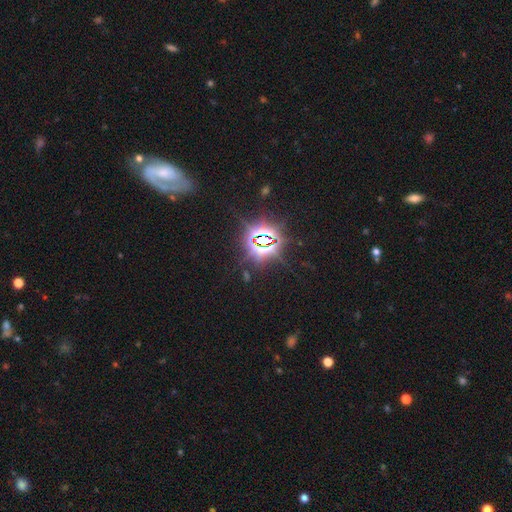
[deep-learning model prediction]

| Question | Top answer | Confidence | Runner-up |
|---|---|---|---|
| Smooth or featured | star or artifact | 83% | featured or disk (9%) |